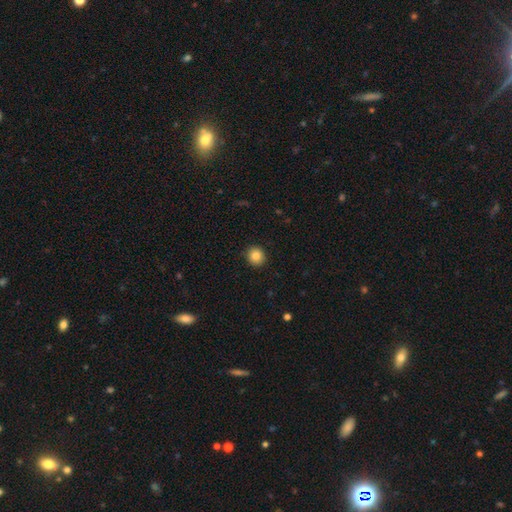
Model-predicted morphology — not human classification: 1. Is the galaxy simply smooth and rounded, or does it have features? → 85% smooth, 10% star or artifact, 5% featured or disk.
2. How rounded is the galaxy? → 88% round, 11% in between, 1% cigar-shaped.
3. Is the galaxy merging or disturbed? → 91% none, 6% minor disturbance, 2% major disturbance, 1% merger.